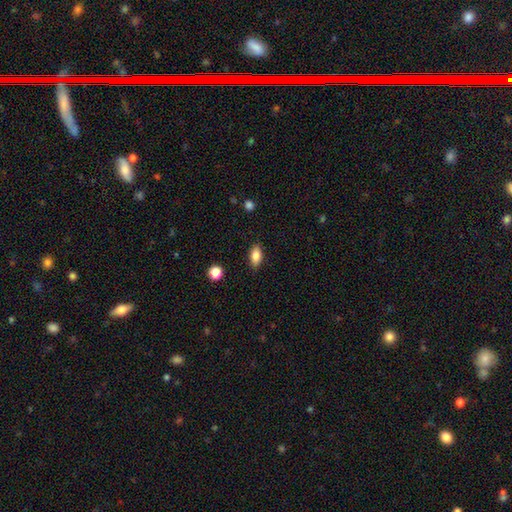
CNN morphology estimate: A smooth galaxy with no disk features (83%) that is in between round and cigar-shaped (88%).

Vote fractions:
- Smooth or featured? smooth: 83% / featured or disk: 9% / star or artifact: 8%
- How rounded? in between: 88% / cigar-shaped: 6% / round: 6%
- Merging? none: 87% / minor disturbance: 9% / major disturbance: 2% / merger: 1%